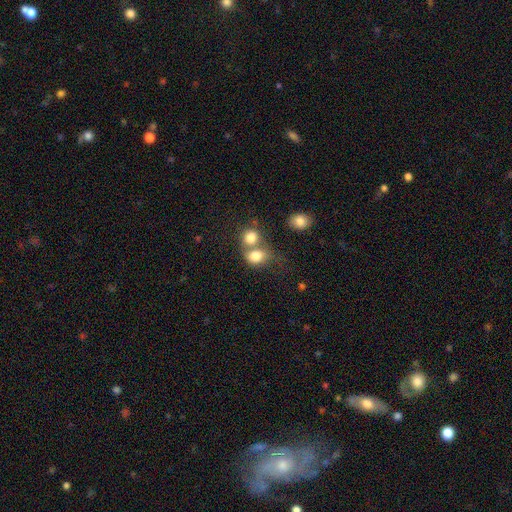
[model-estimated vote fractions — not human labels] Overall: smooth (80%). How rounded: in between (50%; round 49%). Merging: merger (55%; none 30%).